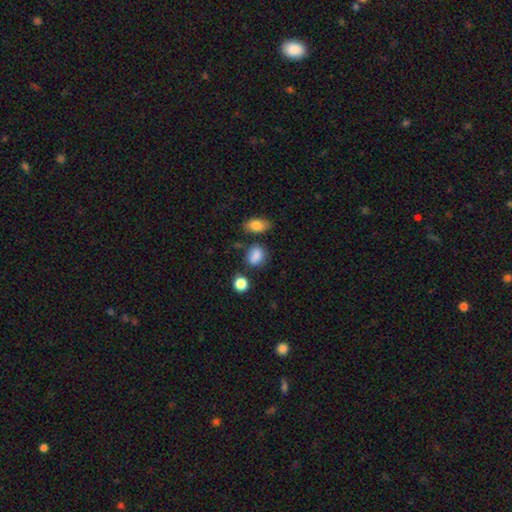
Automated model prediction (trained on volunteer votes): This appears to be a smooth galaxy with no disk features (84%) that is in between round and cigar-shaped (55%). Merging: none (68%).